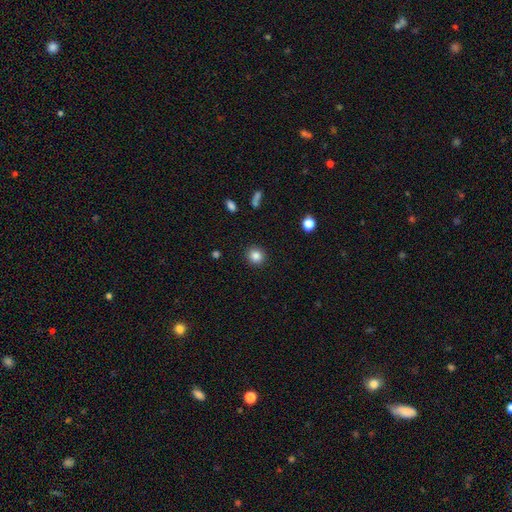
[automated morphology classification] The model was most divided on "smooth or featured": smooth: 85%, star or artifact: 10%, featured or disk: 5%. More confident: merging — none (91%); how rounded — round (87%).